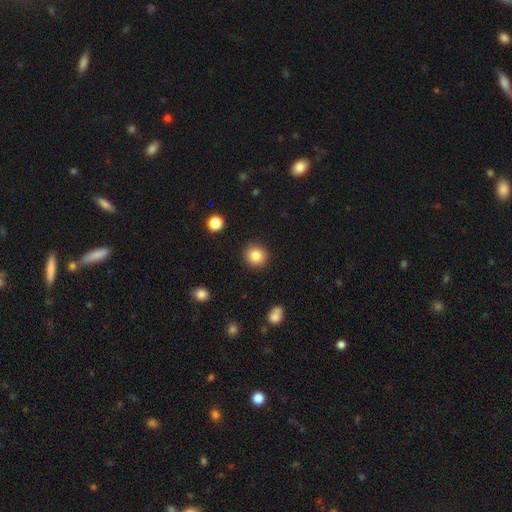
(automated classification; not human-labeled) Overall: smooth (85%). How rounded: round (92%). Merging: none (90%).